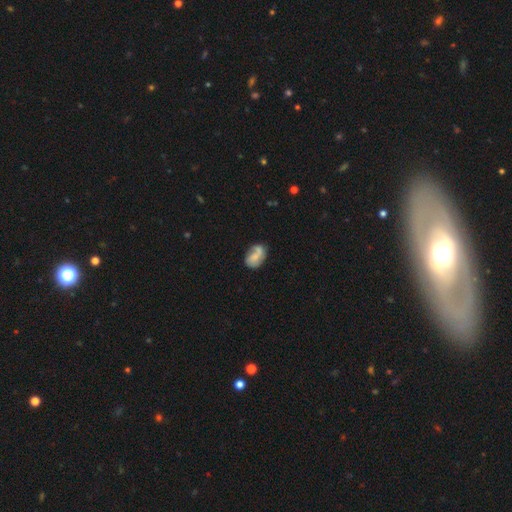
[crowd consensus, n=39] smooth 54%, featured or disk 38%, star or artifact 8%. Down the decision tree: how rounded — in between (81%); merging — none (44%).